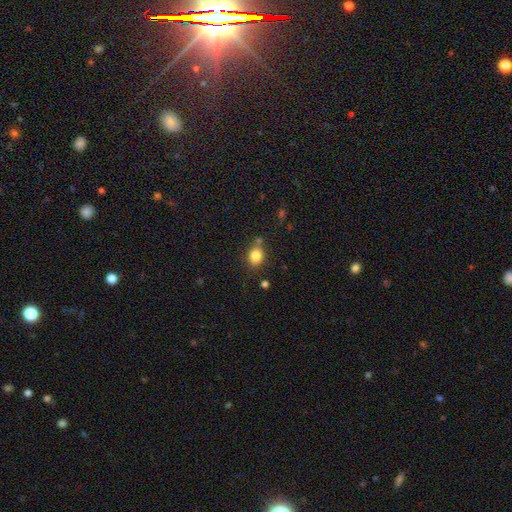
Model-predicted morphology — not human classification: Smooth or featured? smooth (83%)
How rounded? in between (51%)
Merging? none (73%)